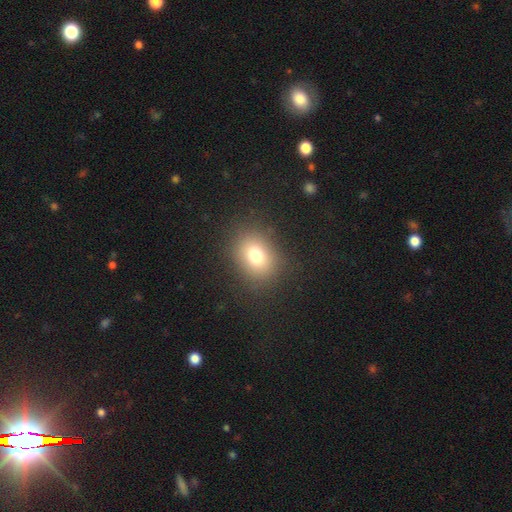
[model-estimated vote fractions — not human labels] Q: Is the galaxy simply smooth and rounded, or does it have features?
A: smooth — 75%.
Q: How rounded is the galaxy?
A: round — 51%.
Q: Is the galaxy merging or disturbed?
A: none — 85%.